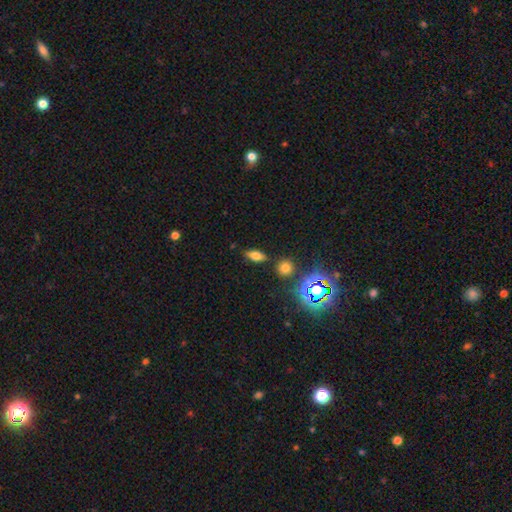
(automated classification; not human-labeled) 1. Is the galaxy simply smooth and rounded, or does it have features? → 64% smooth, 19% featured or disk, 17% star or artifact.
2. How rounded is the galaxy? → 74% in between, 17% cigar-shaped, 9% round.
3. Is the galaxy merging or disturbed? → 80% none, 12% minor disturbance, 4% merger, 3% major disturbance.